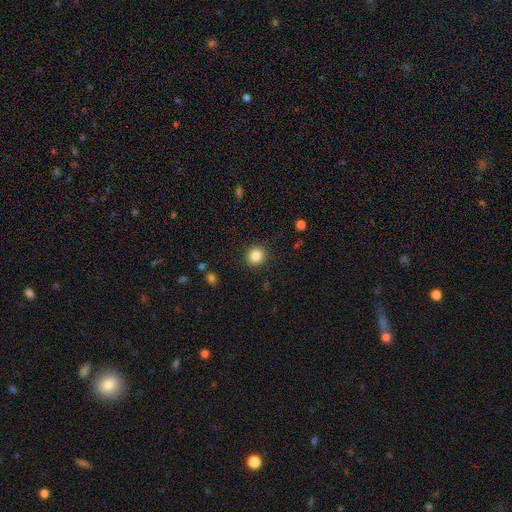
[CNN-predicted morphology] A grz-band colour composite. It shows a smooth galaxy with no disk features (85%) that is round (87%). Merging: none (91%).